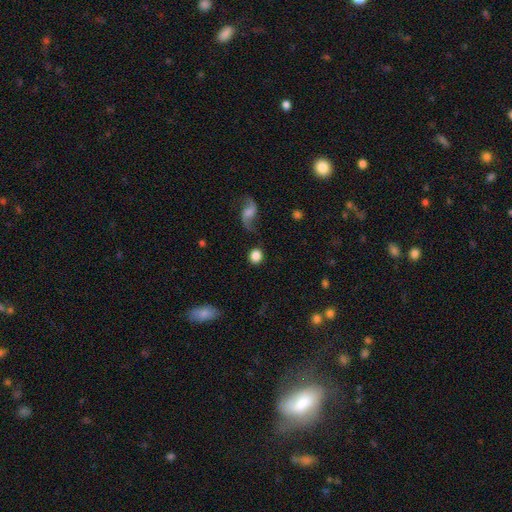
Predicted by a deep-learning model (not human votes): This is likely a smooth galaxy (77%). How rounded: clearly round (85%). Merging: clearly none (81%).